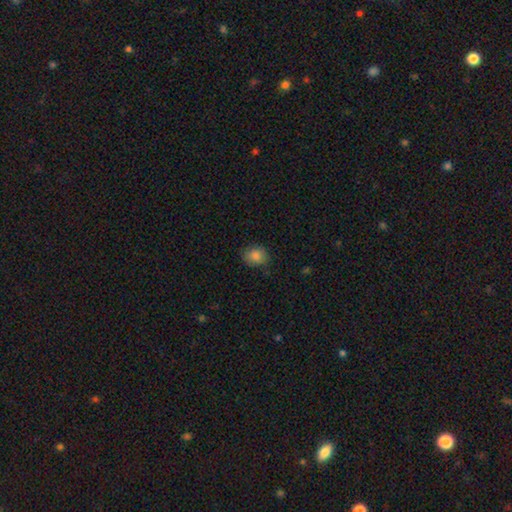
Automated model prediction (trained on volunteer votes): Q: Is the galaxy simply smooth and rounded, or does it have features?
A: smooth — 85%.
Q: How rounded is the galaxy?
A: round — 66%.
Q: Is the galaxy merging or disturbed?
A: none — 77%.